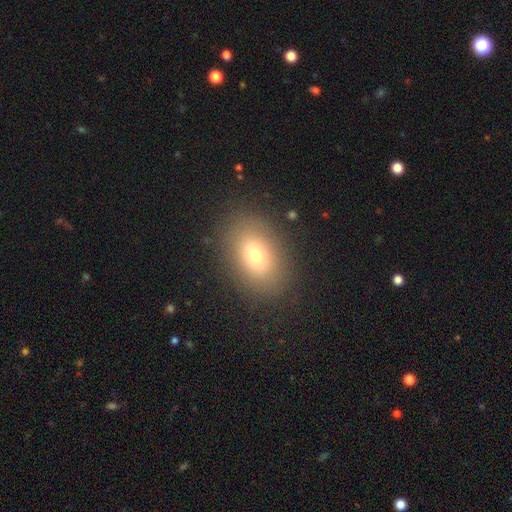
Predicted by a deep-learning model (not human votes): smooth_or_featured: smooth (p=0.71) [alt: featured or disk p=0.16]
how_rounded: in between (p=0.74) [alt: round p=0.25]
merging: none (p=0.85) [alt: minor disturbance p=0.10]